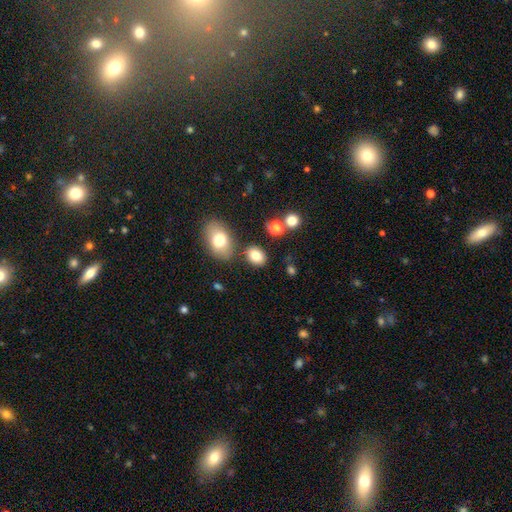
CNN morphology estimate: Smooth or featured? Predicted: smooth (p=0.80). How rounded? Predicted: in between (p=0.68). Merging? Predicted: none (p=0.77).